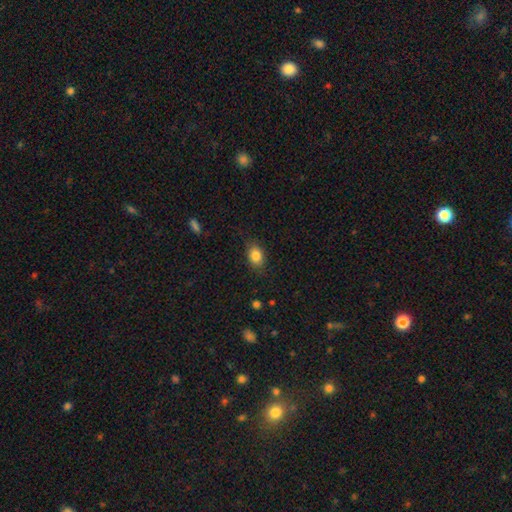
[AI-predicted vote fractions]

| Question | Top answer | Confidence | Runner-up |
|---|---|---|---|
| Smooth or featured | smooth | 85% | star or artifact (9%) |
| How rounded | in between | 77% | round (21%) |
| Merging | none | 82% | minor disturbance (13%) |